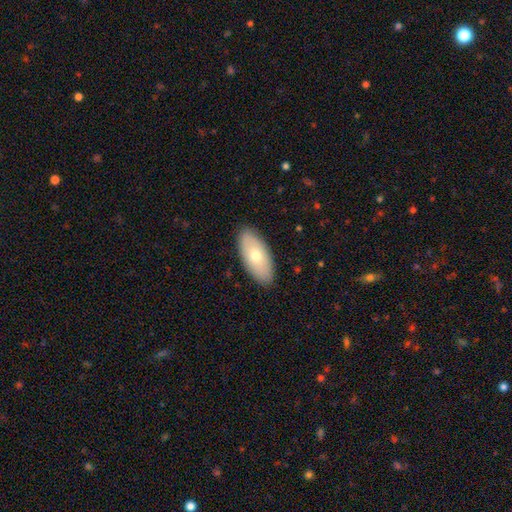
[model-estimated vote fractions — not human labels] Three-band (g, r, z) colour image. It shows a smooth galaxy with no disk features (66%) that is in between round and cigar-shaped (91%). Merging: none (89%).